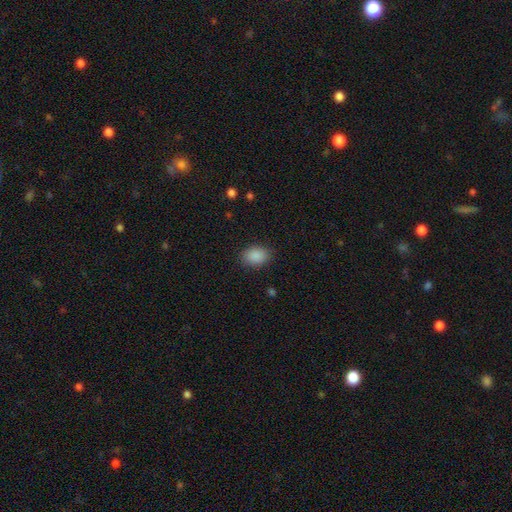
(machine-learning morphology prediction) A smooth galaxy with no disk features (89%) that is in between round and cigar-shaped (71%). Merging: none (87%).